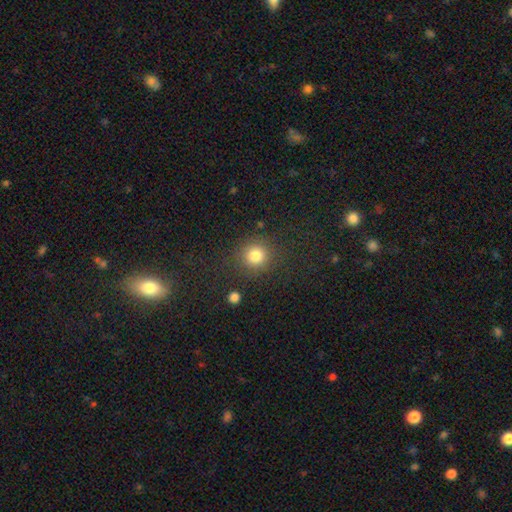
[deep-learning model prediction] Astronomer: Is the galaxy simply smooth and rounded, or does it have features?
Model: smooth — 82%.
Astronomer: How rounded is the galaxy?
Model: round — 89%.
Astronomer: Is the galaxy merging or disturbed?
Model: none — 83%.